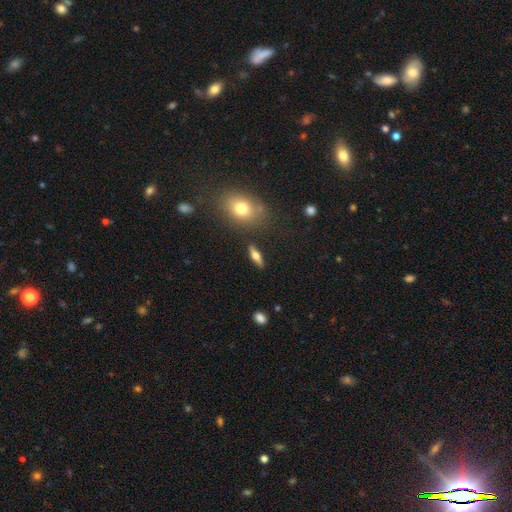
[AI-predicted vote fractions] A featured or disk galaxy (47%).

Vote fractions:
- Smooth or featured? featured or disk: 47% / smooth: 44% / star or artifact: 8%
- Merging? none: 86% / minor disturbance: 9% / merger: 3% / major disturbance: 3%